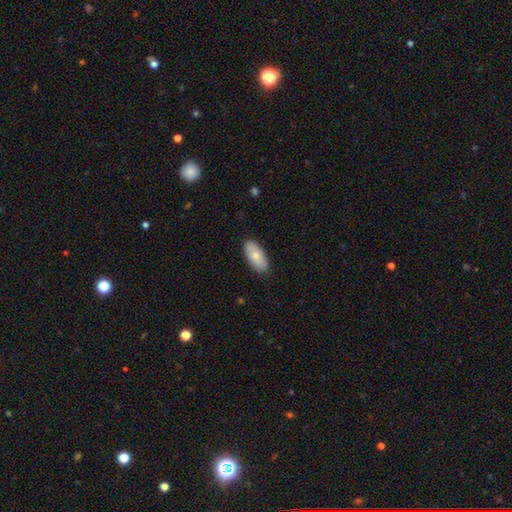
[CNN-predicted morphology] smooth_or_featured: smooth (p=0.76) [alt: featured or disk p=0.18]
how_rounded: in between (p=0.90) [alt: cigar-shaped p=0.08]
merging: none (p=0.87) [alt: minor disturbance p=0.10]